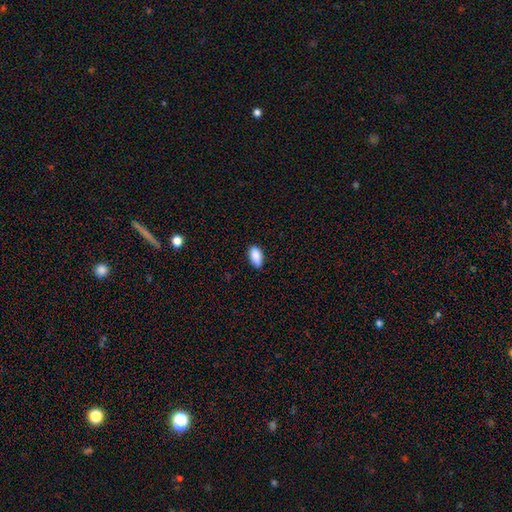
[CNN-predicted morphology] A smooth galaxy with no disk features (89%) that is in between round and cigar-shaped (91%).

Vote fractions:
- Smooth or featured? smooth: 89% / star or artifact: 7% / featured or disk: 4%
- How rounded? in between: 91% / cigar-shaped: 6% / round: 3%
- Merging? none: 78% / minor disturbance: 19% / major disturbance: 2% / merger: 1%